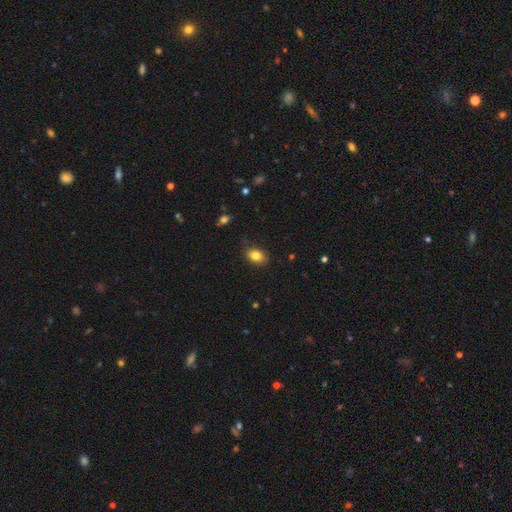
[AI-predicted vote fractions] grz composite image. It shows a smooth galaxy with no disk features (84%) that is in between round and cigar-shaped (82%). Merging: none (84%).